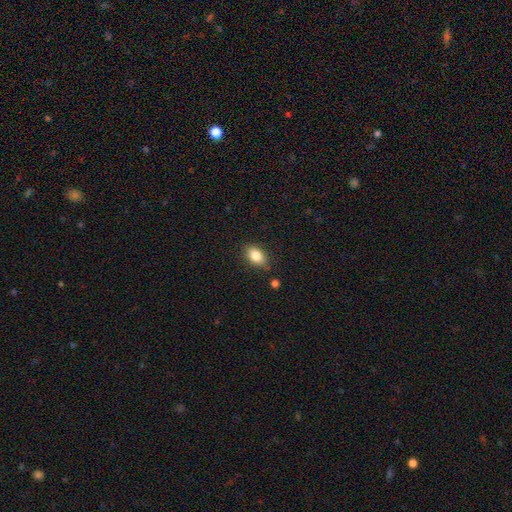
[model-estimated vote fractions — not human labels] Smooth or featured? Predicted: smooth (p=0.84). How rounded? Predicted: in between (p=0.84). Merging? Predicted: none (p=0.82).